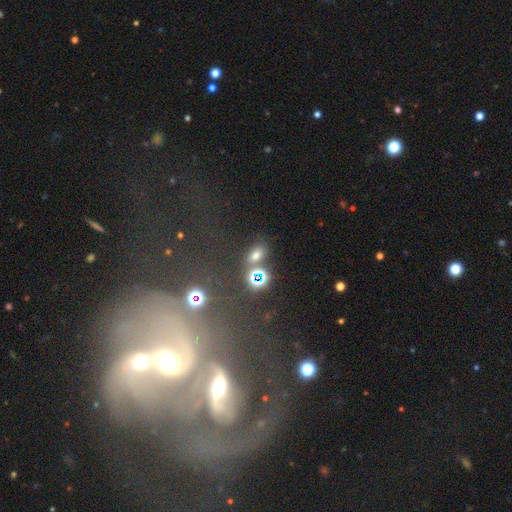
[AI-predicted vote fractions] Morphology: type=smooth (61%); roundness=in between (76%); merging=none (69%).